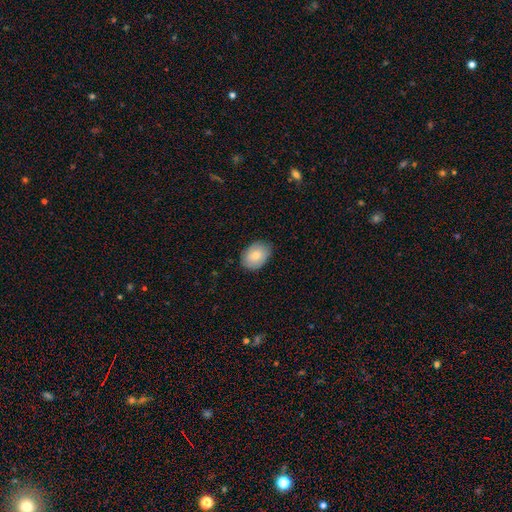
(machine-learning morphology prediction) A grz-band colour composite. It shows a smooth galaxy with no disk features (79%) that is in between round and cigar-shaped (77%). Merging: none (83%).